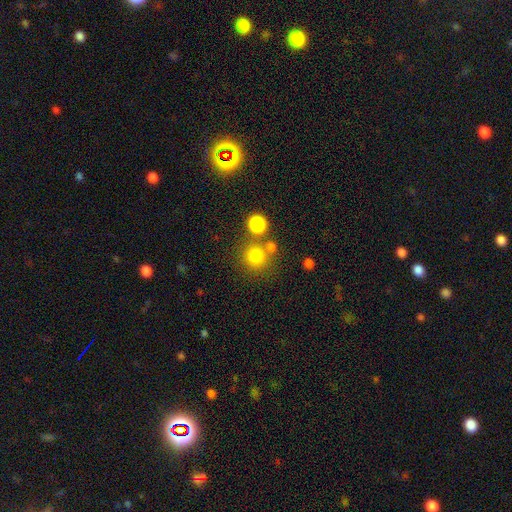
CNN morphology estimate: The model was most divided on "merging": none: 72%, merger: 16%, minor disturbance: 8%, major disturbance: 4%. More confident: how rounded — round (92%); smooth or featured — smooth (78%).